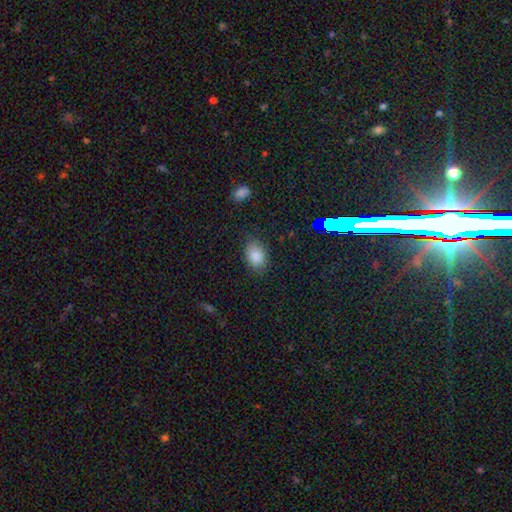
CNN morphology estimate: This appears to be a smooth galaxy with no disk features (85%) that is in between round and cigar-shaped (81%). Merging: none (79%).